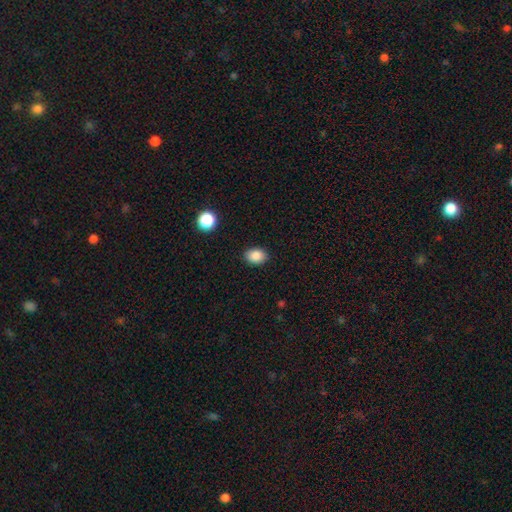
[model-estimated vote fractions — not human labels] A smooth galaxy with no disk features (87%) that is in between round and cigar-shaped (69%).

Vote fractions:
- Smooth or featured? smooth: 87% / star or artifact: 9% / featured or disk: 4%
- How rounded? in between: 69% / round: 30% / cigar-shaped: 1%
- Merging? none: 87% / minor disturbance: 10% / major disturbance: 2% / merger: 1%